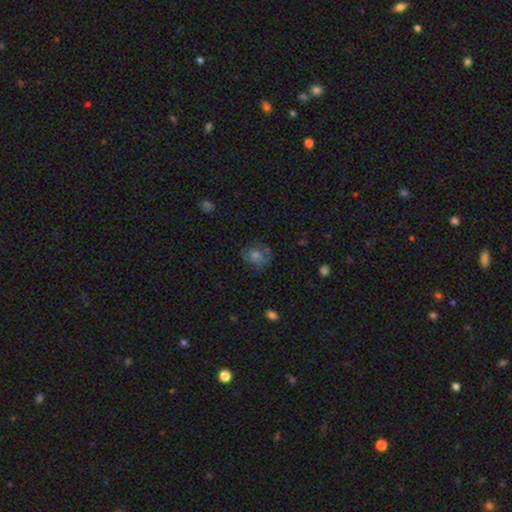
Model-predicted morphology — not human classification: smooth_or_featured: smooth (p=0.57) [alt: featured or disk p=0.27]
how_rounded: round (p=0.63) [alt: in between p=0.36]
merging: none (p=0.64) [alt: minor disturbance p=0.22]